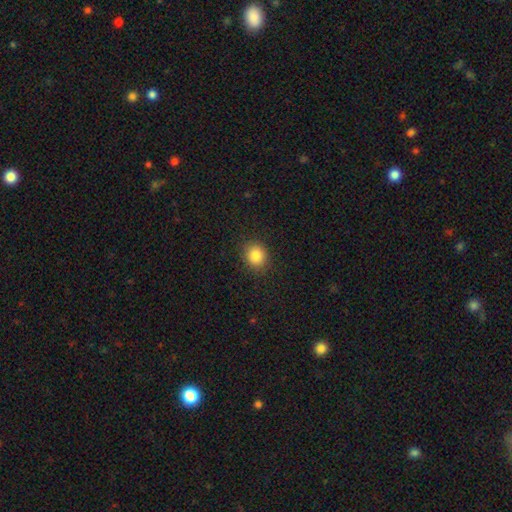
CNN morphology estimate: Smooth or featured: smooth — 85% (star or artifact — 10%)
How rounded: round — 78% (in between — 21%)
Merging: none — 89% (minor disturbance — 8%)